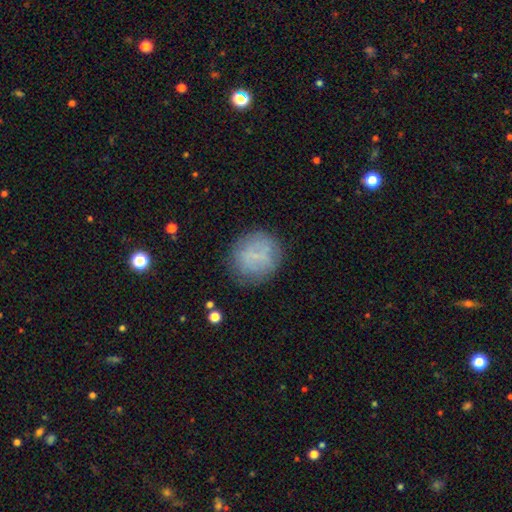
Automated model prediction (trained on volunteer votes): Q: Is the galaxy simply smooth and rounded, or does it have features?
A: smooth — 63%.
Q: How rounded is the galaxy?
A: round — 85%.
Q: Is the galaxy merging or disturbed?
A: none — 76%.